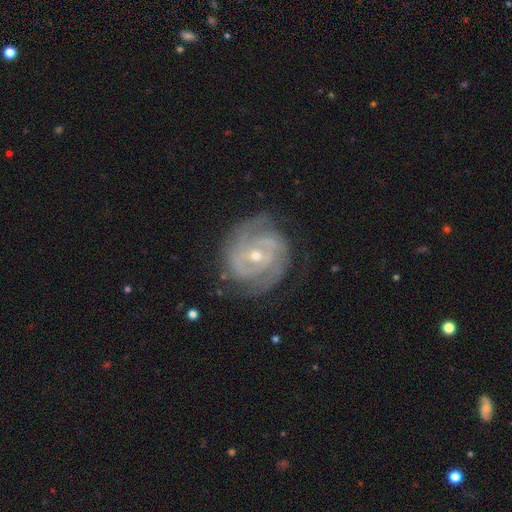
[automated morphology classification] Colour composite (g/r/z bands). It shows a featured or disk galaxy (87%) with a weak bar (42%), 2 (45%) tight (64%) spiral arms (95%) and a small central bulge (57%). Merging: none (74%).